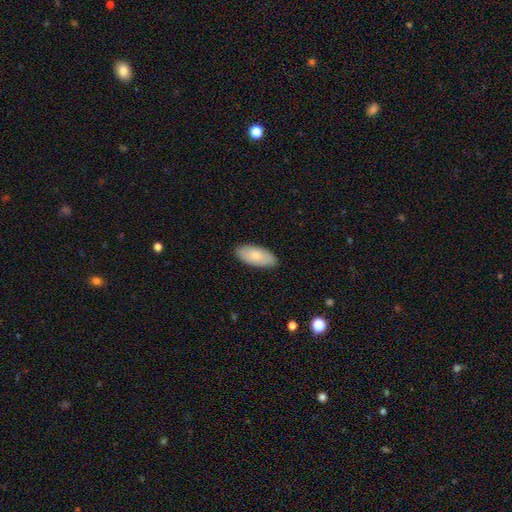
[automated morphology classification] Q: Smooth or featured?
A: smooth (75%); runner-up: featured or disk (20%)
Q: How rounded?
A: in between (90%); runner-up: cigar-shaped (8%)
Q: Merging?
A: none (87%); runner-up: minor disturbance (10%)